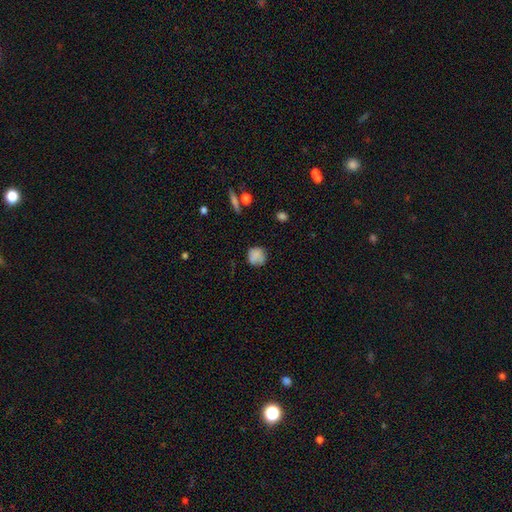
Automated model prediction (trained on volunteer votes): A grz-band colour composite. It shows a smooth galaxy with no disk features (79%) that is round (84%). Merging: none (67%).